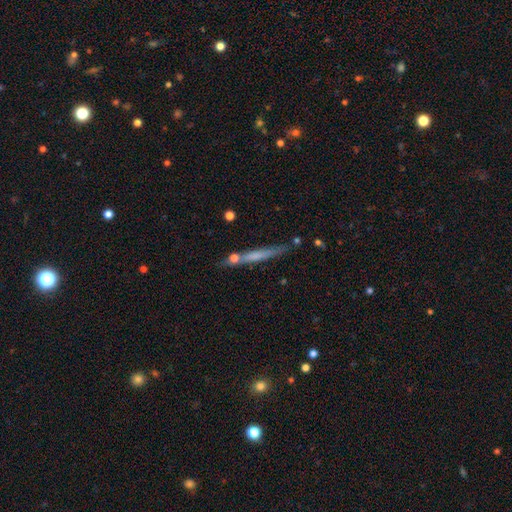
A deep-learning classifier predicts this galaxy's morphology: This is possibly a smooth galaxy (47%). Merging: likely none (72%).